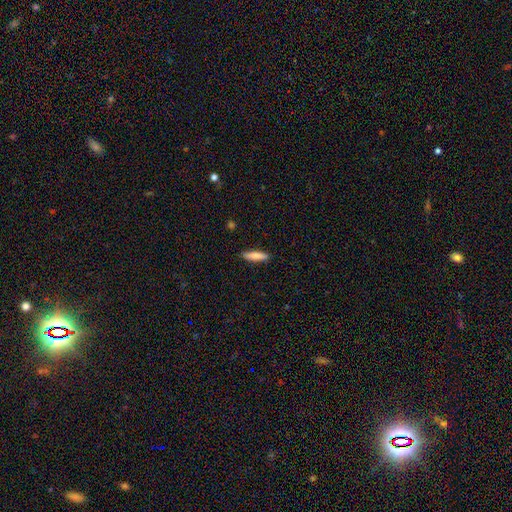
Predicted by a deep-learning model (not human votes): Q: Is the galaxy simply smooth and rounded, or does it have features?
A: smooth — 80%.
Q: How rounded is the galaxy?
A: cigar-shaped — 78%.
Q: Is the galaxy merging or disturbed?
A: none — 89%.